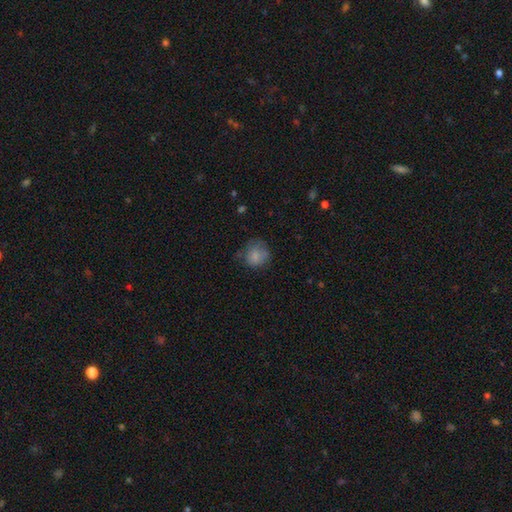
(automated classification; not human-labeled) smooth-or-featured: smooth: 77% | featured or disk: 13% | star or artifact: 9%
  how-rounded: round: 80% | in between: 19% | cigar-shaped: 1%
  merging: none: 60% | minor disturbance: 27% | major disturbance: 12% | merger: 2%